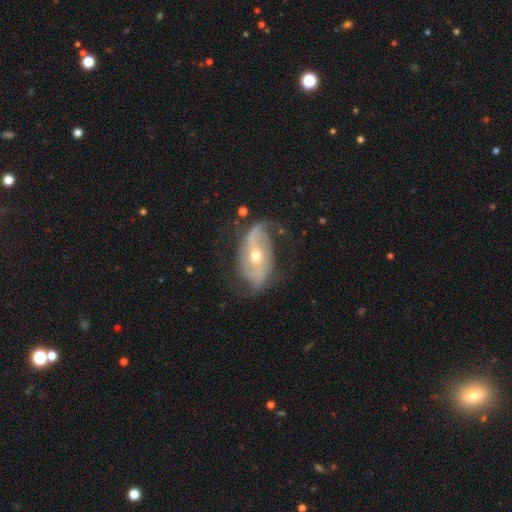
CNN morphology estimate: Q: Smooth or featured?
A: featured or disk (84%); runner-up: smooth (10%)
Q: Edge-on disk?
A: no (94%); runner-up: yes (6%)
Q: Bar?
A: no (39%); runner-up: weak (34%)
Q: Spiral arms?
A: yes (91%); runner-up: no (9%)
Q: Spiral winding?
A: loose (48%); runner-up: medium (34%)
Q: Spiral arm count?
A: 2 (74%); runner-up: can't tell (11%)
Q: Bulge size?
A: moderate (56%); runner-up: small (40%)
Q: Merging?
A: none (59%); runner-up: minor disturbance (24%)